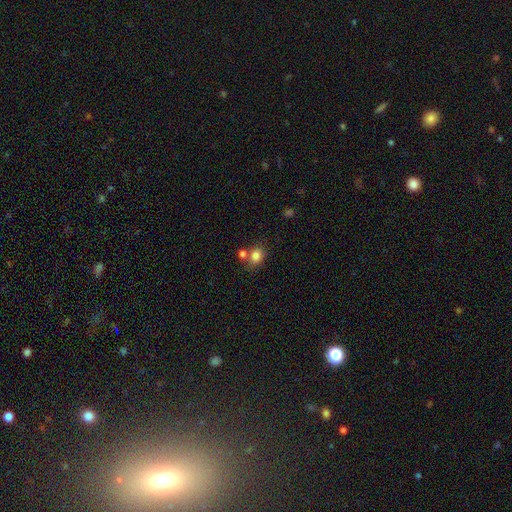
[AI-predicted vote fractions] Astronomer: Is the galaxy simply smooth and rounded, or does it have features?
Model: smooth — 83%.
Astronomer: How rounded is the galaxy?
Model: round — 60% (runner-up: in between, 39%).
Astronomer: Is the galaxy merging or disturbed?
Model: none — 61%.